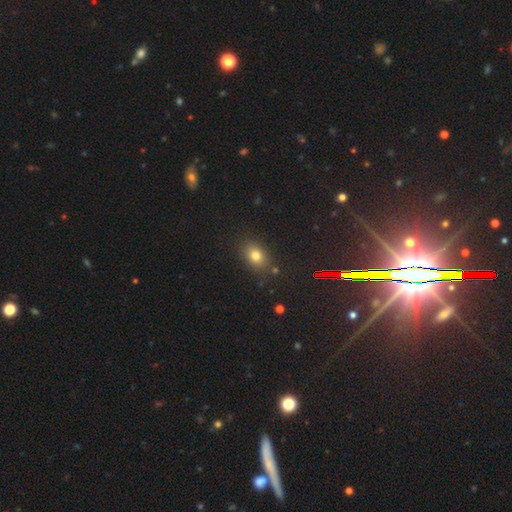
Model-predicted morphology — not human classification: This appears to be a smooth galaxy with no disk features (74%) that is in between round and cigar-shaped (68%). Merging: none (82%).